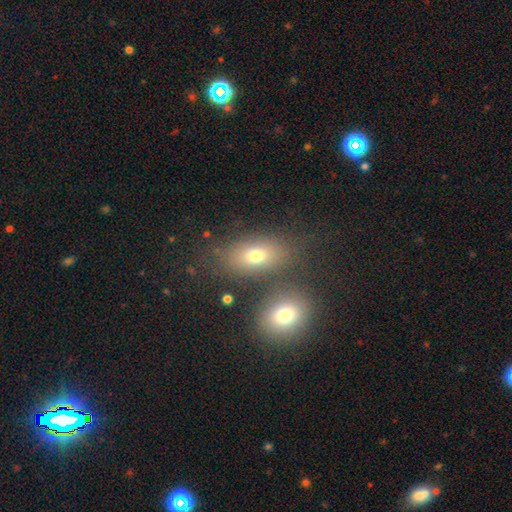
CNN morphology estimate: The model was most divided on "merging": none: 62%, merger: 21%, minor disturbance: 11%, major disturbance: 6%. More confident: how rounded — in between (80%); smooth or featured — smooth (70%).